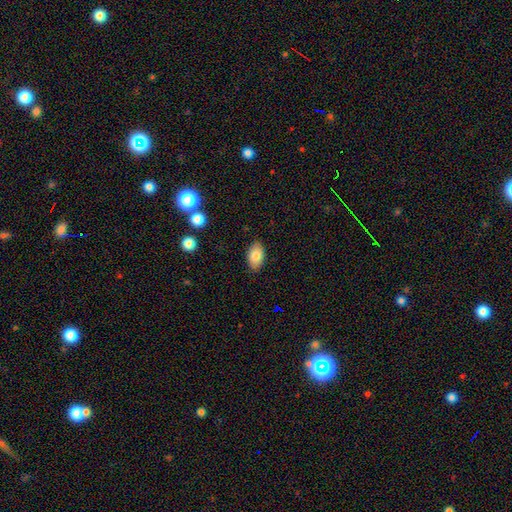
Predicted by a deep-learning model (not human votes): smooth_or_featured: smooth (p=0.81) [alt: featured or disk p=0.11]
how_rounded: in between (p=0.92) [alt: round p=0.06]
merging: none (p=0.86) [alt: minor disturbance p=0.10]